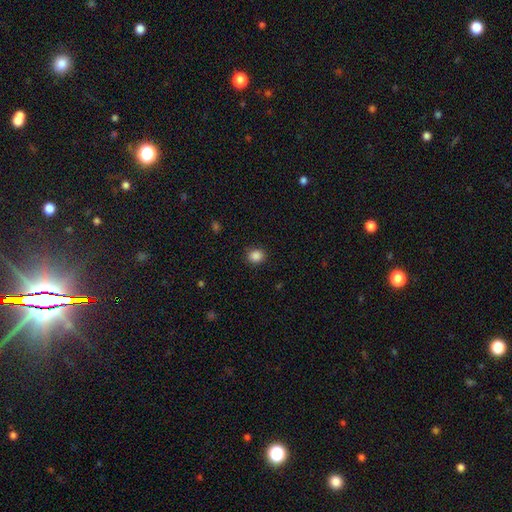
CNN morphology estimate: A smooth galaxy with no disk features (87%) that is round (78%).

Vote fractions:
- Smooth or featured? smooth: 87% / star or artifact: 10% / featured or disk: 3%
- How rounded? round: 78% / in between: 21% / cigar-shaped: 1%
- Merging? none: 90% / minor disturbance: 7% / major disturbance: 2% / merger: 1%